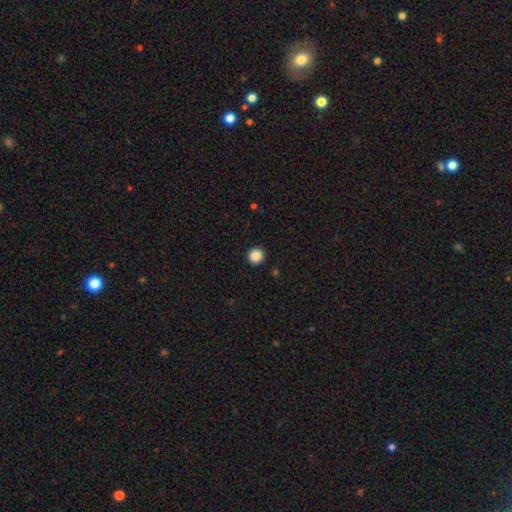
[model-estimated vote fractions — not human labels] Q: Smooth or featured?
A: smooth (87%); runner-up: star or artifact (10%)
Q: How rounded?
A: round (94%); runner-up: in between (5%)
Q: Merging?
A: none (93%); runner-up: minor disturbance (4%)